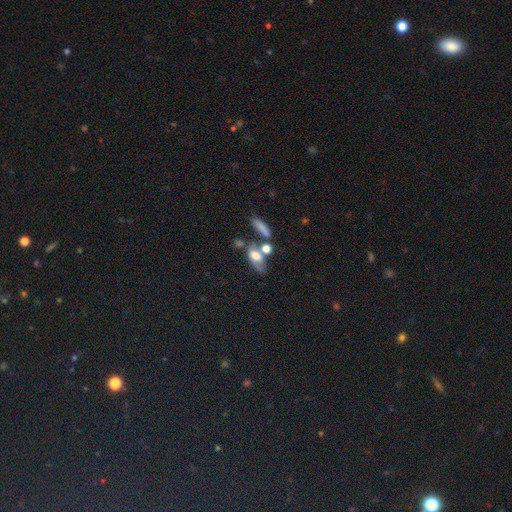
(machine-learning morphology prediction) This appears to be a smooth galaxy with no disk features (53%) that is in between round and cigar-shaped (76%). Merging: none (35%).